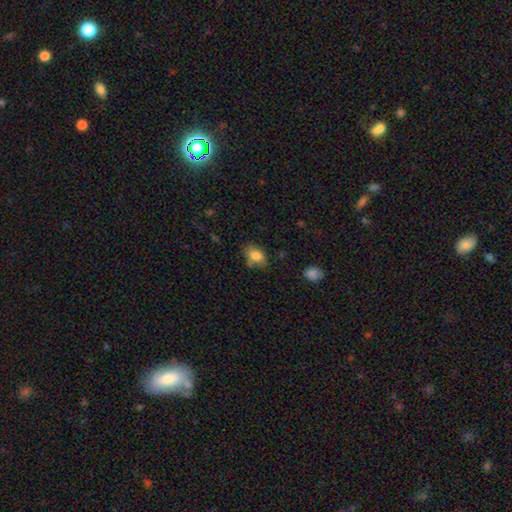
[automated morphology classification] type=smooth (79%); roundness=in between (75%); merging=none (63%).